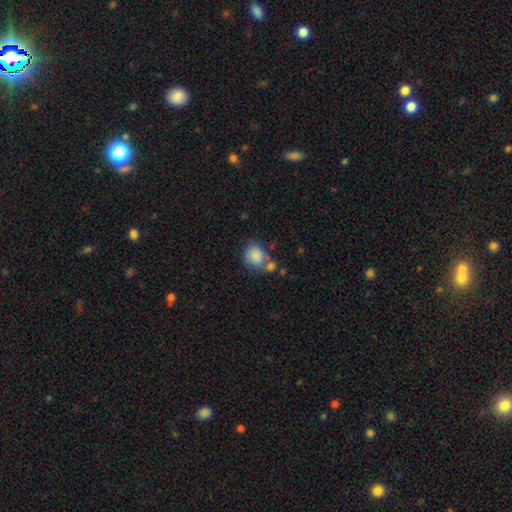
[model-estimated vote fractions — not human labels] Smooth or featured?
  - smooth: 83% *
  - featured or disk: 9%
  - star or artifact: 8%
How rounded?
  - round: 67% *
  - in between: 32%
  - cigar-shaped: 1%
Merging?
  - none: 44% *
  - merger: 31%
  - minor disturbance: 18%
  - major disturbance: 8%